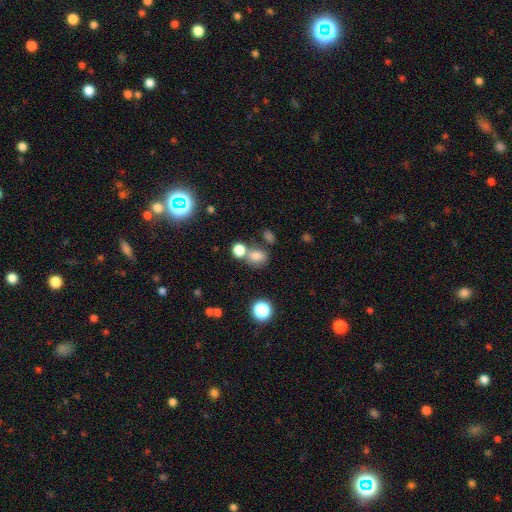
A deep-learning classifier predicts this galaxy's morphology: smooth_or_featured: smooth (p=0.77) [alt: star or artifact p=0.15]
how_rounded: round (p=0.52) [alt: in between p=0.47]
merging: none (p=0.54) [alt: merger p=0.29]